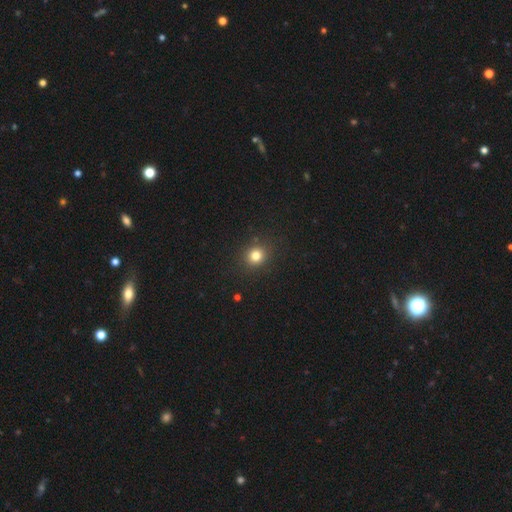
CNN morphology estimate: Overall: smooth (80%). How rounded: round (83%). Merging: none (89%).